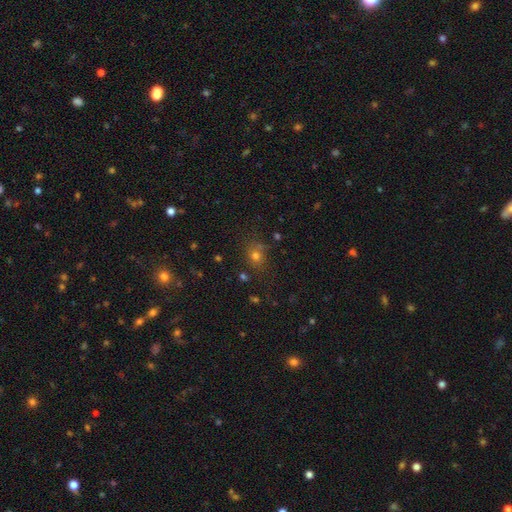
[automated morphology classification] Smooth or featured? smooth (63%)
How rounded? round (72%)
Merging? none (78%)